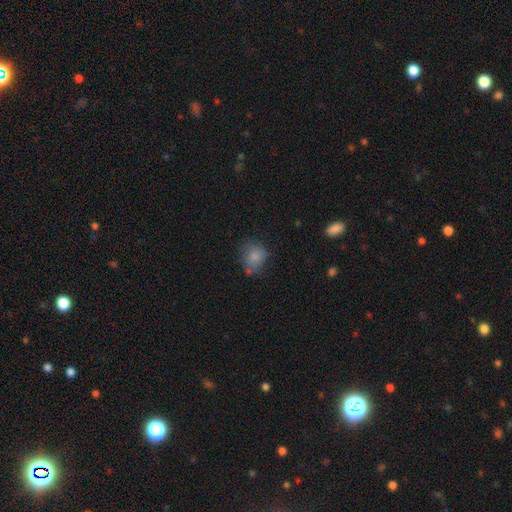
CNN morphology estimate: A smooth galaxy with no disk features (81%) that is round (71%).

Vote fractions:
- Smooth or featured? smooth: 81% / star or artifact: 10% / featured or disk: 9%
- How rounded? round: 71% / in between: 28% / cigar-shaped: 1%
- Merging? none: 61% / minor disturbance: 23% / merger: 8% / major disturbance: 8%